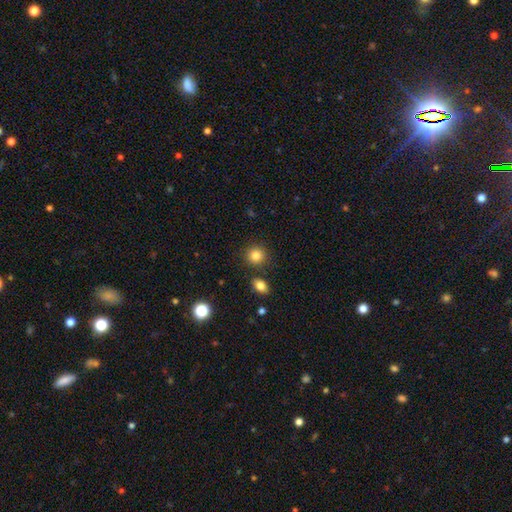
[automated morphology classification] smooth-or-featured: smooth: 84% | star or artifact: 11% | featured or disk: 6%
  how-rounded: round: 89% | in between: 10% | cigar-shaped: 1%
  merging: none: 85% | minor disturbance: 7% | merger: 5% | major disturbance: 3%